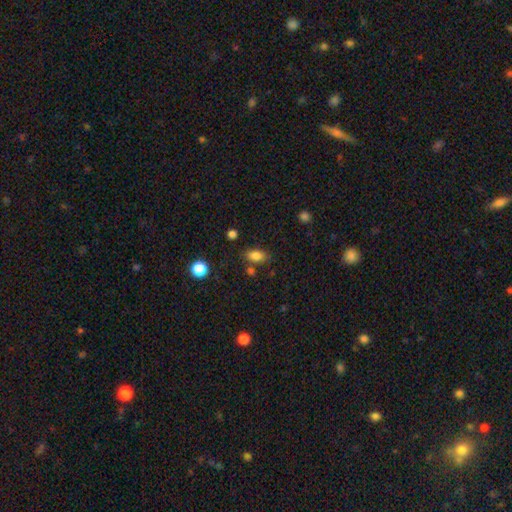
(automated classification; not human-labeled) This appears to be a smooth galaxy with no disk features (84%) that is in between round and cigar-shaped (87%). Merging: none (75%).